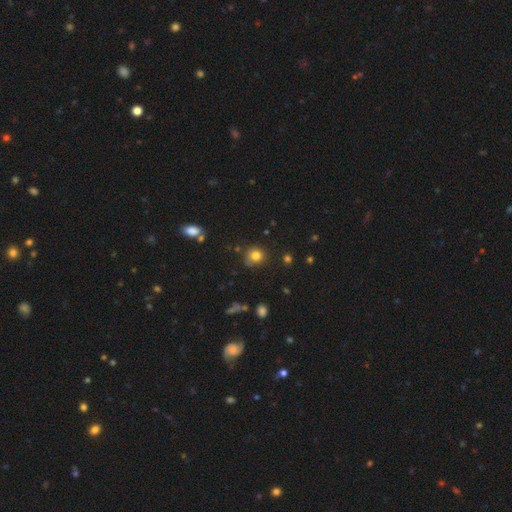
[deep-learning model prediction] This appears to be a smooth galaxy with no disk features (80%) that is round (84%). Merging: none (74%).